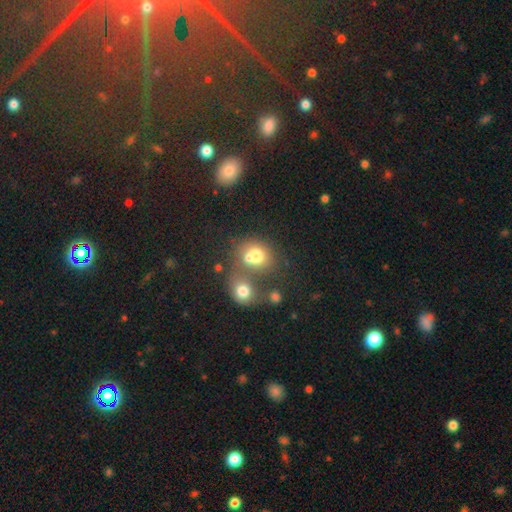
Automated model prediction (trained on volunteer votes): Smooth or featured? smooth (70%)
How rounded? round (66%)
Merging? merger (56%)